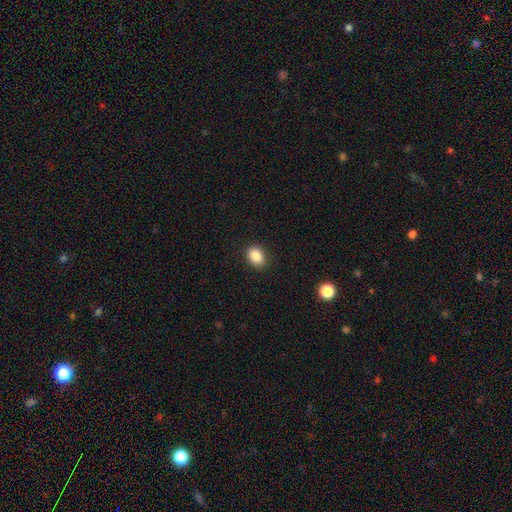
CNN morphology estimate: A smooth galaxy with no disk features (86%) that is in between round and cigar-shaped (68%). Merging: none (89%).